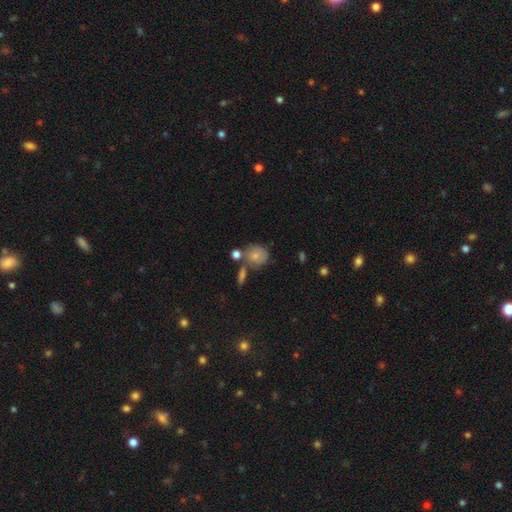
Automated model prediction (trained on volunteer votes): A smooth galaxy with no disk features (65%) that is round (73%). Merging: none (53%).